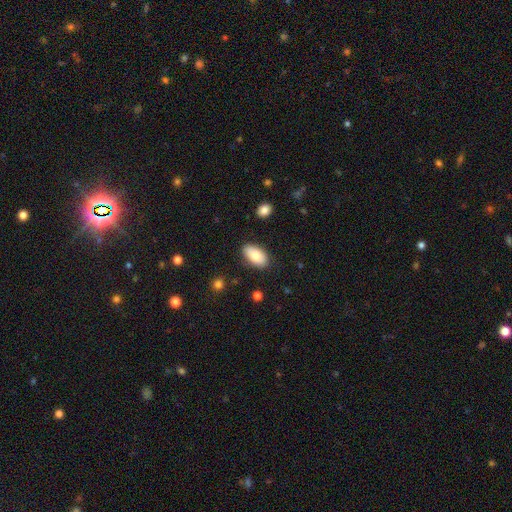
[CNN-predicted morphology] Overall: smooth (79%). How rounded: in between (94%). Merging: none (84%).